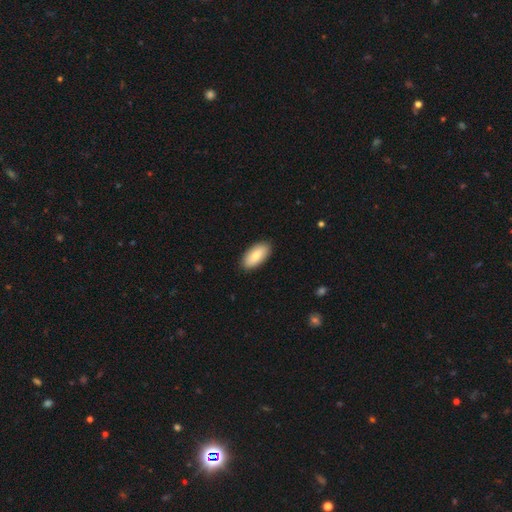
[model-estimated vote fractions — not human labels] A smooth galaxy with no disk features (81%) that is in between round and cigar-shaped (92%). Merging: none (89%).